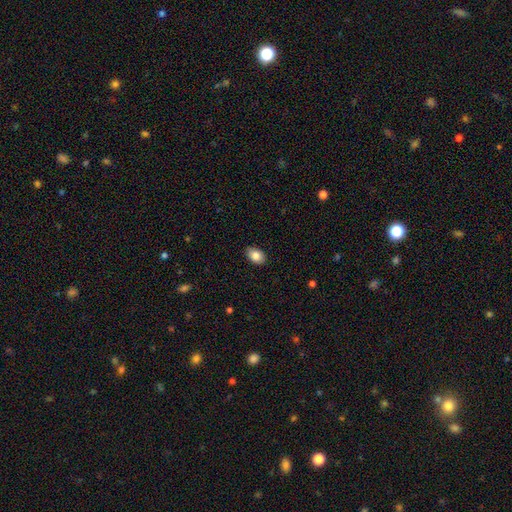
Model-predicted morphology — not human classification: Overall: smooth (84%). How rounded: in between (84%). Merging: none (86%).